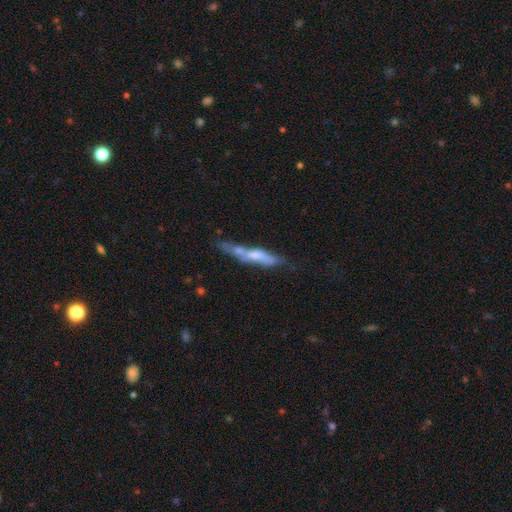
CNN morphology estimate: The model was most divided on "smooth or featured": featured or disk: 51%, smooth: 41%, star or artifact: 8%. Remaining: edge-on disk — yes (71%); merging — none (42%).